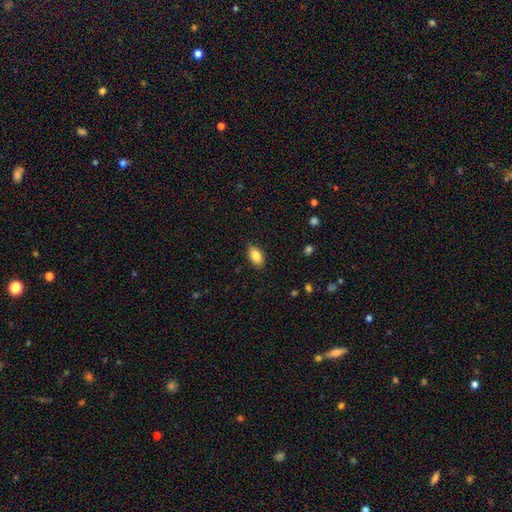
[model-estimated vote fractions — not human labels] smooth 85%, featured or disk 8%, star or artifact 8%. Down the decision tree: how rounded — in between (92%); merging — none (87%).